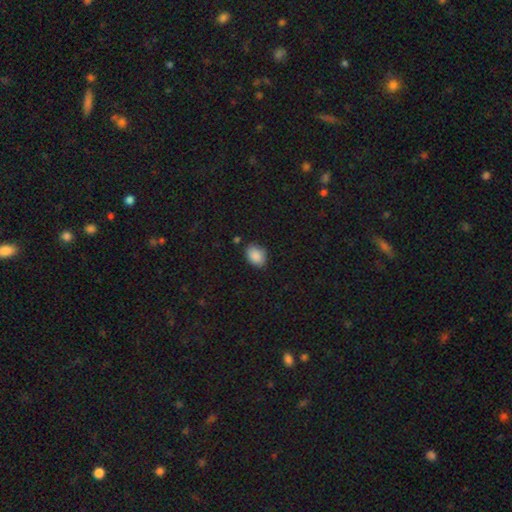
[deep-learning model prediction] This is clearly a smooth galaxy (88%). How rounded: likely in between (73%). Merging: clearly none (80%).